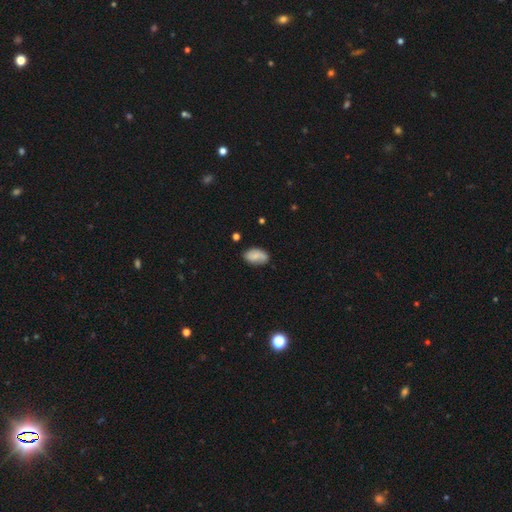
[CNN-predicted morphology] This is likely a smooth galaxy (70%). How rounded: clearly in between (91%). Merging: likely none (70%).